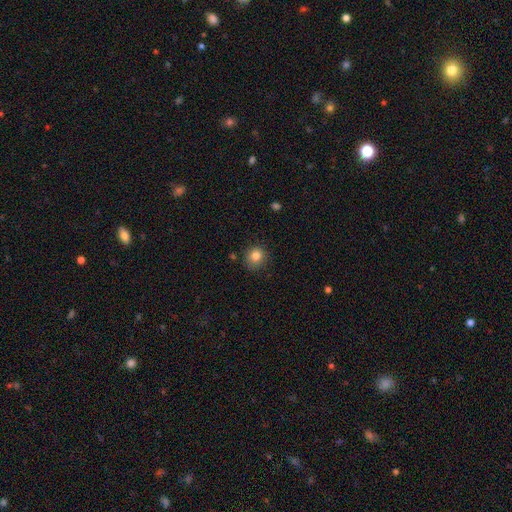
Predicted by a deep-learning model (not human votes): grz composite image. It shows a smooth galaxy with no disk features (83%) that is round (87%). Merging: none (83%).